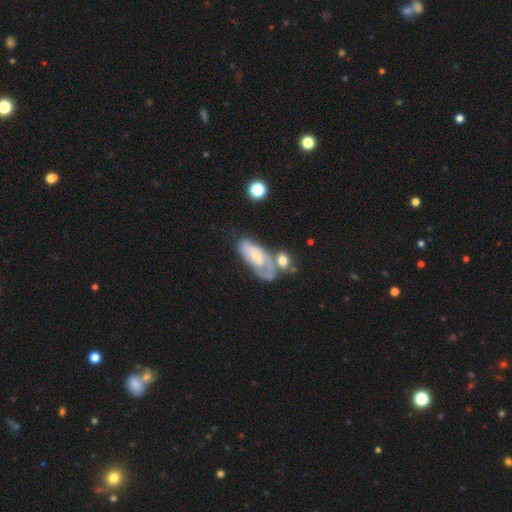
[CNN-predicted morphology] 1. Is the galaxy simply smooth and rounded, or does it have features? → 67% featured or disk, 27% smooth, 7% star or artifact.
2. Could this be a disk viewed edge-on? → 92% no, 8% yes.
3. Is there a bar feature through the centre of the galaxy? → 66% no, 28% weak, 6% strong.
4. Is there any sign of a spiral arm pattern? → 79% yes, 21% no.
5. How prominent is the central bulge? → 58% small, 29% moderate, 8% none, 4% large, 1% dominant.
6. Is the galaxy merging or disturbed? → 34% none, 28% merger, 21% minor disturbance, 17% major disturbance.